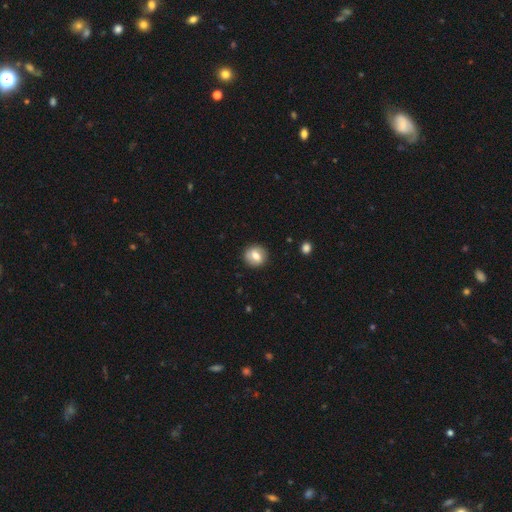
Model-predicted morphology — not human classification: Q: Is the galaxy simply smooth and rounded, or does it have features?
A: smooth — 71%.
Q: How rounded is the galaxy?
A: round — 84%.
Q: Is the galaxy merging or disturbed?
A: none — 89%.